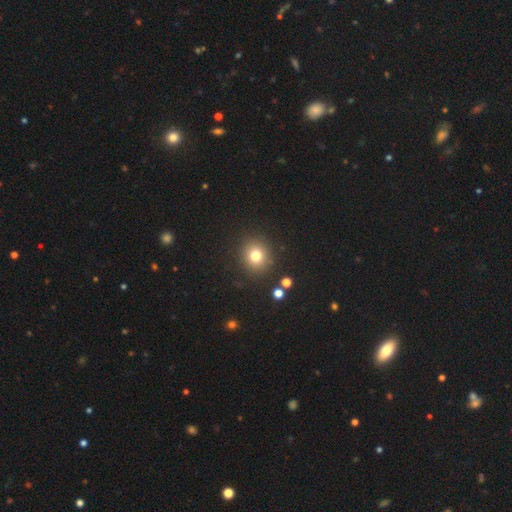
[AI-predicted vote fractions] Smooth or featured?
  - smooth: 77% *
  - star or artifact: 14%
  - featured or disk: 8%
How rounded?
  - round: 89% *
  - in between: 10%
  - cigar-shaped: 1%
Merging?
  - none: 89% *
  - minor disturbance: 6%
  - major disturbance: 2%
  - merger: 2%